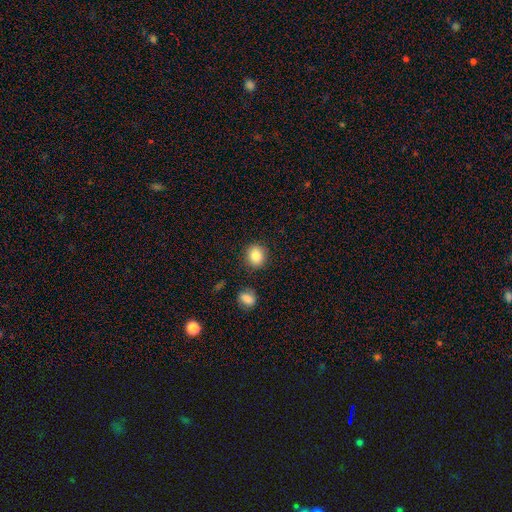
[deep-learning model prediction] Smooth or featured?
  - smooth: 85% *
  - star or artifact: 9%
  - featured or disk: 6%
How rounded?
  - round: 77% *
  - in between: 22%
  - cigar-shaped: 1%
Merging?
  - none: 85% *
  - minor disturbance: 9%
  - merger: 3%
  - major disturbance: 3%